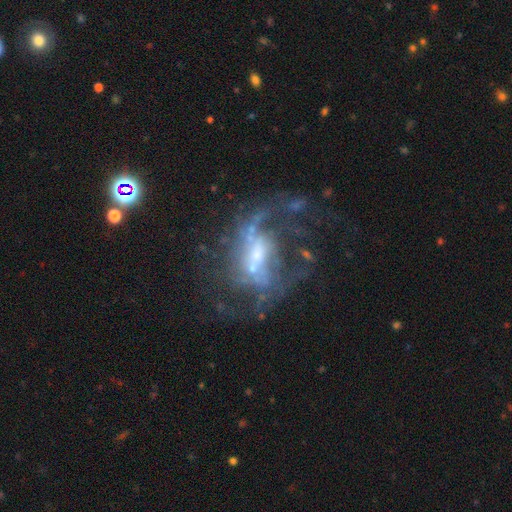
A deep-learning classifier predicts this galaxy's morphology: Overall: featured or disk (79%). Edge-on disk: no (96%). Bar: weak (41%; no 35%). Spiral arms: yes (76%). Spiral arm count: 2 (38%; can't tell 30%). Spiral winding: loose (45%; medium 39%). Bulge size: small (48%; moderate 34%). Merging: none (43%; major disturbance 36%).